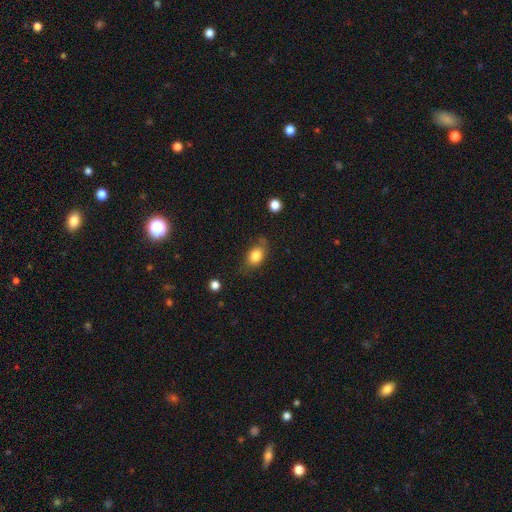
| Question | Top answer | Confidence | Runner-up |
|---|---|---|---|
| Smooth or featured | smooth | 84% | featured or disk (16%) |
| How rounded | in between | 72% | round (25%) |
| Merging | none | 47% | minor disturbance (37%) |